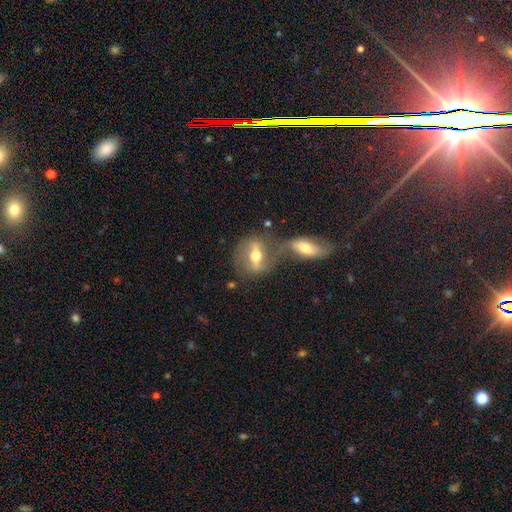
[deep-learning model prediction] Smooth or featured? featured or disk (58%)
Edge-on disk? no (63%)
Merging? none (45%)